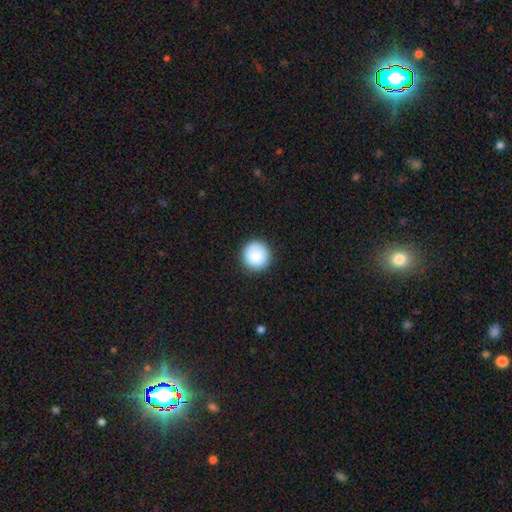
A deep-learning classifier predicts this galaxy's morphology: Smooth or featured? Predicted: smooth (p=0.86). How rounded? Predicted: round (p=0.95). Merging? Predicted: none (p=0.90).